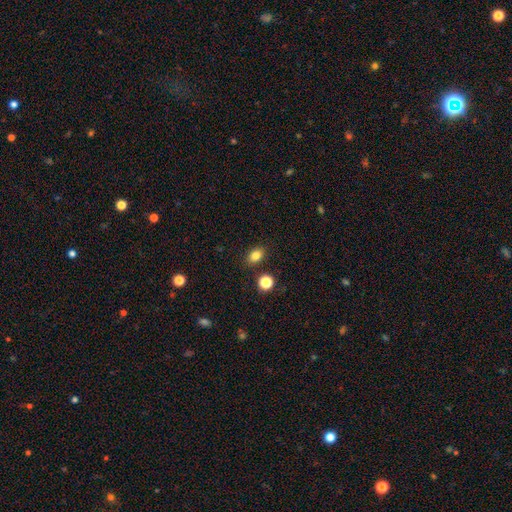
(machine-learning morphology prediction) smooth_or_featured: smooth (p=0.82) [alt: star or artifact p=0.12]
how_rounded: in between (p=0.71) [alt: round p=0.28]
merging: none (p=0.84) [alt: minor disturbance p=0.09]